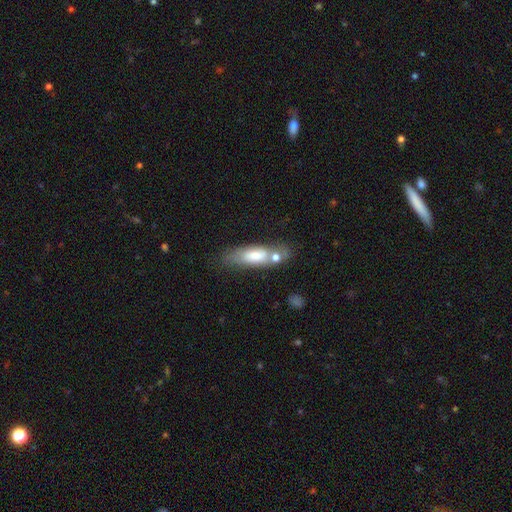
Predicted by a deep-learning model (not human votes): Smooth or featured? Predicted: smooth (p=0.67). How rounded? Predicted: in between (p=0.59). Merging? Predicted: none (p=0.43).